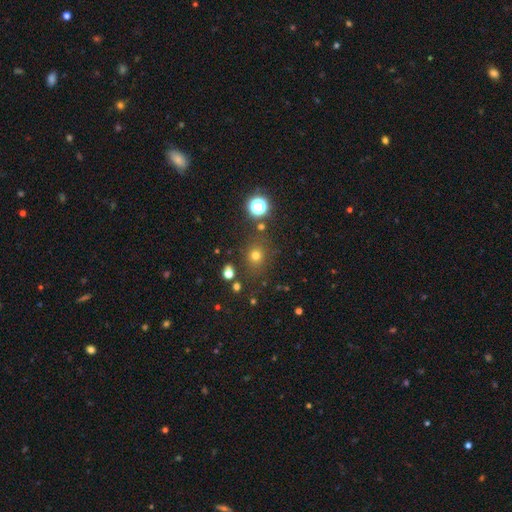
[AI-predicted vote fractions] smooth-or-featured: smooth: 66% | star or artifact: 25% | featured or disk: 8%
  how-rounded: round: 79% | in between: 20% | cigar-shaped: 1%
  merging: none: 81% | minor disturbance: 10% | merger: 5% | major disturbance: 4%